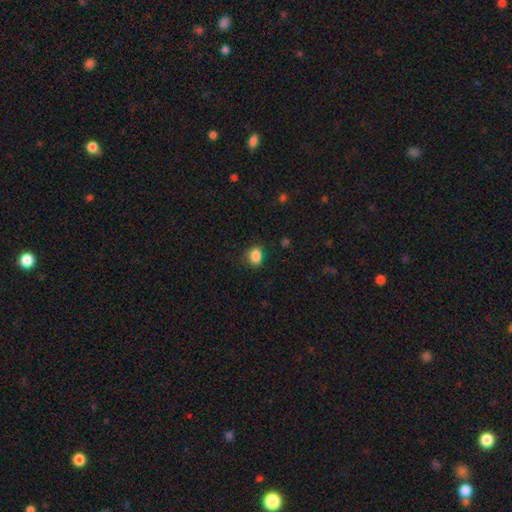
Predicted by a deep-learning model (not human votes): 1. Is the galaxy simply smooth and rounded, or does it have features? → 86% smooth, 10% star or artifact, 4% featured or disk.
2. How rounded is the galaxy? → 51% round, 48% in between, 1% cigar-shaped.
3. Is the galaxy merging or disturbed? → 73% none, 20% minor disturbance, 5% major disturbance, 1% merger.